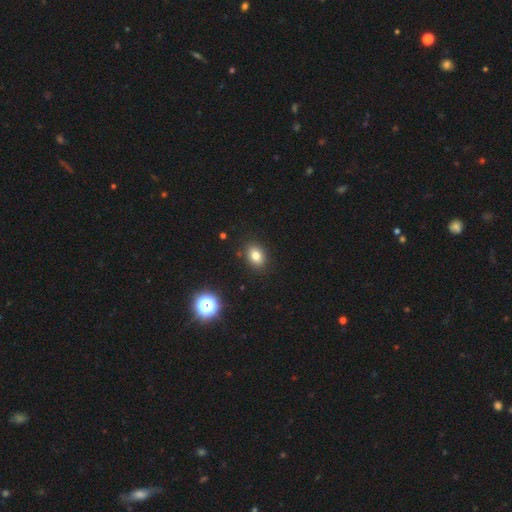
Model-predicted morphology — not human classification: Smooth or featured? smooth (80%)
How rounded? in between (69%)
Merging? none (88%)